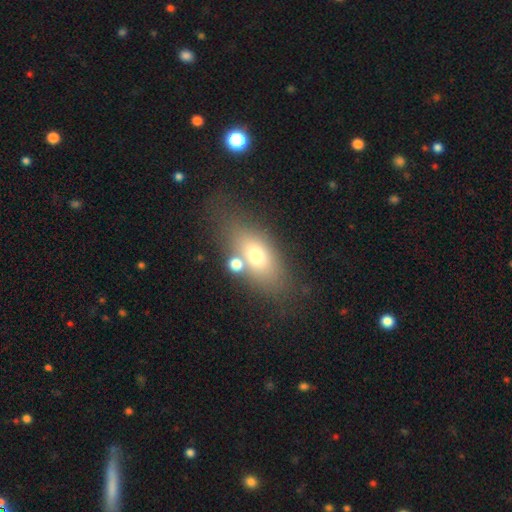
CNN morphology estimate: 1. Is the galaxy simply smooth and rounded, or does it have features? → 65% smooth, 24% featured or disk, 11% star or artifact.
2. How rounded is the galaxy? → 78% in between, 11% round, 11% cigar-shaped.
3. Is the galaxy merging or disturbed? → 60% none, 18% merger, 15% minor disturbance, 8% major disturbance.